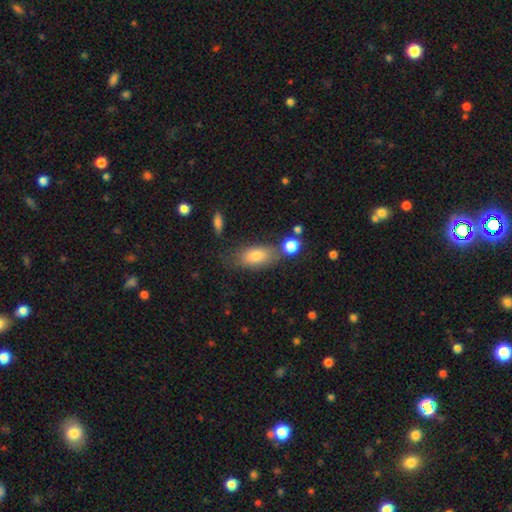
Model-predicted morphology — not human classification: Overall: smooth (78%). How rounded: in between (84%). Merging: none (66%).